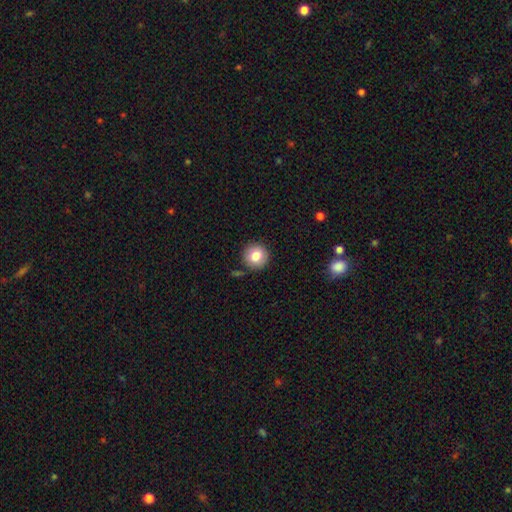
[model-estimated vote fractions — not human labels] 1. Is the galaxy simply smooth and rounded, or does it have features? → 82% smooth, 9% featured or disk, 9% star or artifact.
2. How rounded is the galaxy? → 93% round, 6% in between, 1% cigar-shaped.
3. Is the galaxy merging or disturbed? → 87% none, 8% minor disturbance, 3% merger, 2% major disturbance.